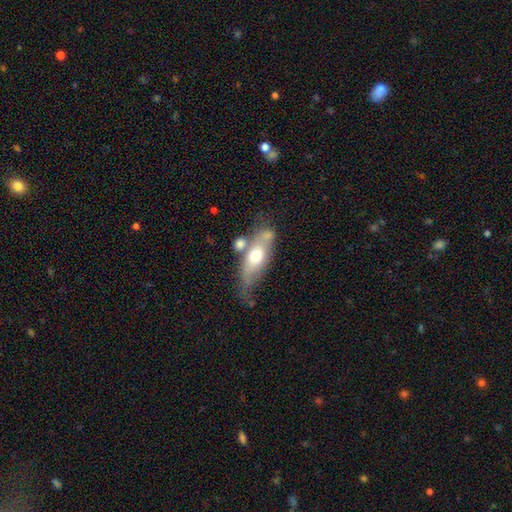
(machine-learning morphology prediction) Overall: smooth (51%; featured or disk 43%). How rounded: in between (64%; cigar-shaped 32%). Merging: none (44%; merger 23%).